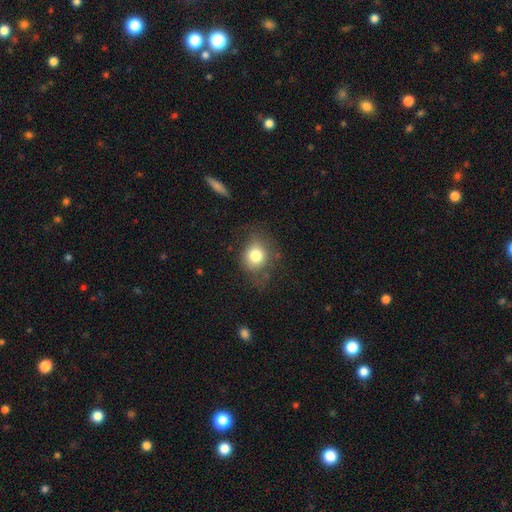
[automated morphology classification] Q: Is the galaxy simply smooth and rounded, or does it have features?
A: smooth — 78%.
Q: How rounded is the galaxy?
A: round — 70%.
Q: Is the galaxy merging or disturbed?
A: none — 66%.